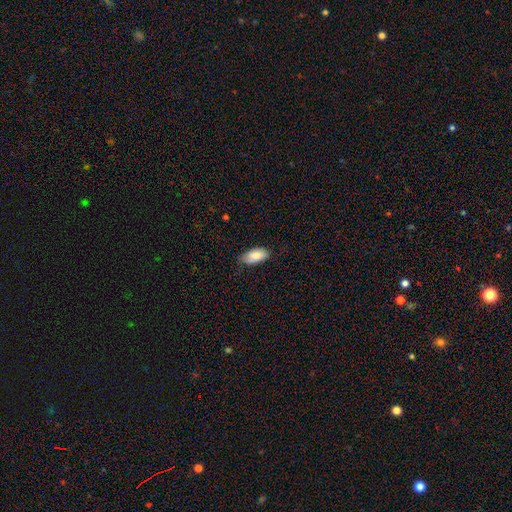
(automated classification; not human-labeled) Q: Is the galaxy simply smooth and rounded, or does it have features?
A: smooth — 82%.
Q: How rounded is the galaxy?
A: in between — 92%.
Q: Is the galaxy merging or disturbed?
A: none — 73%.